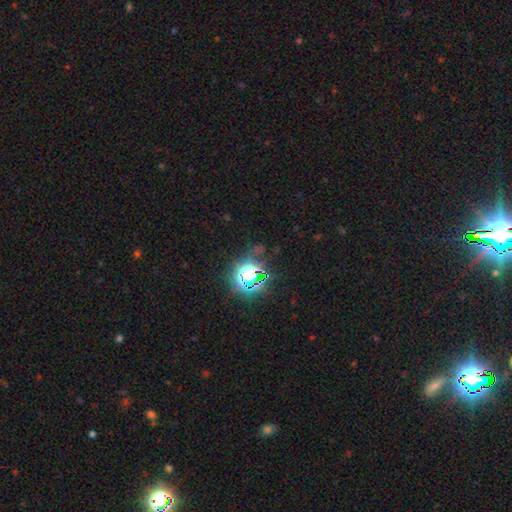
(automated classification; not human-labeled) A star or artifact, not a galaxy (78%).

Vote fractions:
- Smooth or featured? star or artifact: 78% / smooth: 15% / featured or disk: 7%